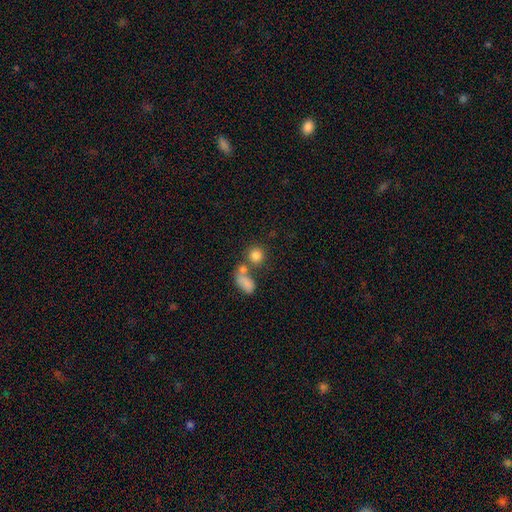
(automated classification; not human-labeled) Smooth or featured?
  - smooth: 80% *
  - star or artifact: 11%
  - featured or disk: 9%
How rounded?
  - round: 81% *
  - in between: 17%
  - cigar-shaped: 2%
Merging?
  - none: 55% *
  - merger: 31%
  - minor disturbance: 9%
  - major disturbance: 6%